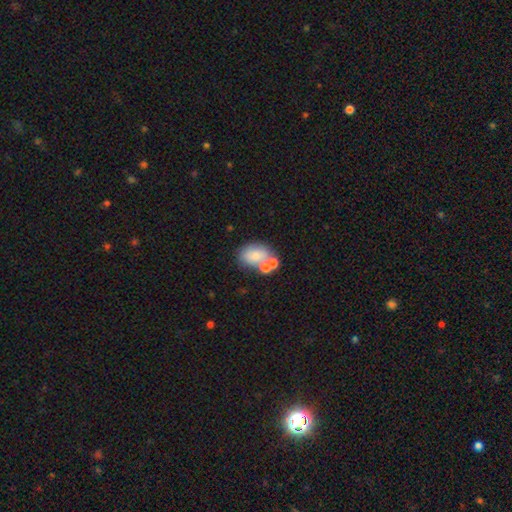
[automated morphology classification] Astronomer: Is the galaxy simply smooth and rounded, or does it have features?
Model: smooth — 70%.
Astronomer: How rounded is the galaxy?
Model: in between — 77%.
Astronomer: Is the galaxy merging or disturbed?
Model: none — 45% (runner-up: merger, 32%).